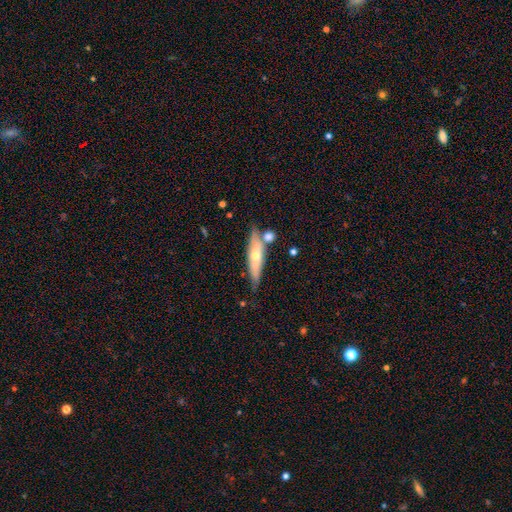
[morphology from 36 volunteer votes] Overall: featured or disk (50%; smooth 47%). Edge-on disk: yes (83%). Edge-on bulge: rounded (80%). Merging: none (60%; minor disturbance 34%).